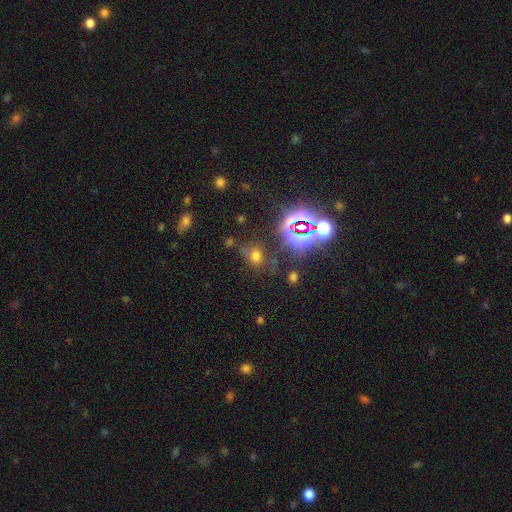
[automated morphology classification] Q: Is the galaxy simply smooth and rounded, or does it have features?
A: smooth — 55%.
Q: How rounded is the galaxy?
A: round — 63%.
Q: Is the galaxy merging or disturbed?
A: none — 65%.